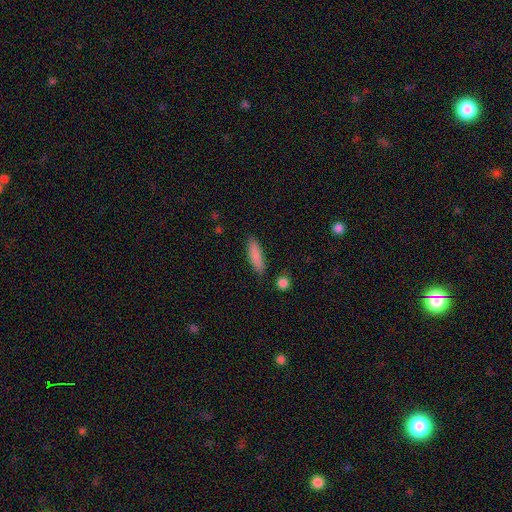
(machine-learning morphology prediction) Overall: smooth (86%). How rounded: cigar-shaped (63%; in between 35%). Merging: none (84%).